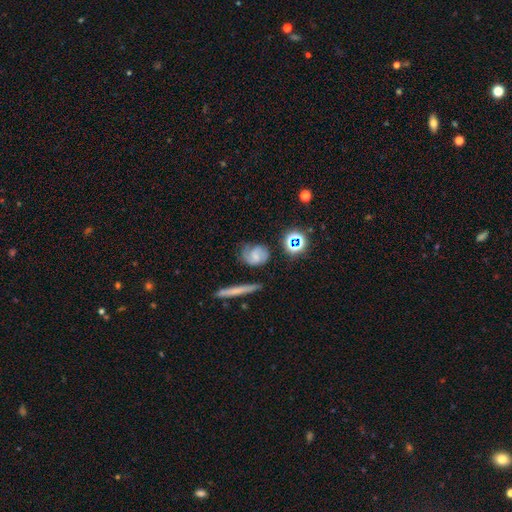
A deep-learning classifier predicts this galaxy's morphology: Overall: featured or disk (60%; smooth 29%). Edge-on disk: no (94%). Bar: no (55%; weak 34%). Spiral arms: yes (91%). Spiral arm count: 2 (62%). Spiral winding: medium (44%; tight 40%). Bulge size: small (42%; none 27%). Merging: none (64%).